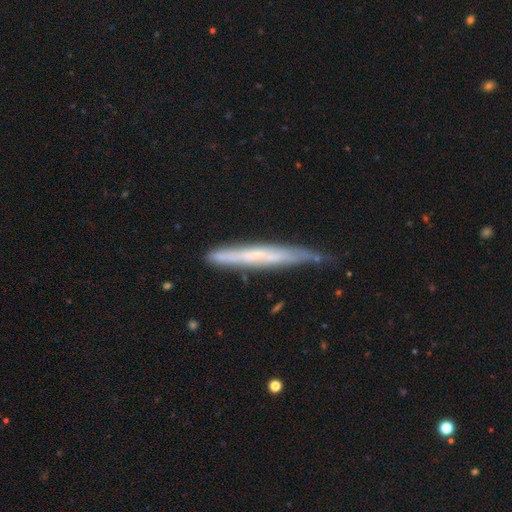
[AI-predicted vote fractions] smooth_or_featured: featured or disk (p=0.53) [alt: smooth p=0.40]
disk_edge_on: yes (p=0.88) [alt: no p=0.12]
merging: none (p=0.67) [alt: minor disturbance p=0.27]